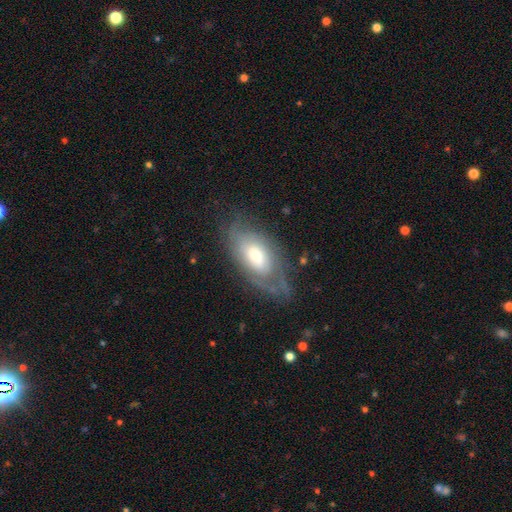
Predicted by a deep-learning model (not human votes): This is likely a featured or disk galaxy (62%). It is clearly not viewed edge-on (88%). Bar: likely no (70%). Spiral arm pattern: likely yes (72%). Central bulge: possibly moderate (58%). Merging: likely none (60%).